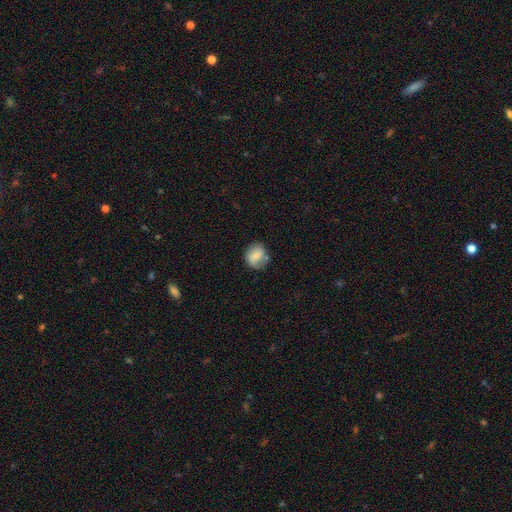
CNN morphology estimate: Q: Smooth or featured?
A: smooth (66%); runner-up: featured or disk (25%)
Q: How rounded?
A: round (68%); runner-up: in between (31%)
Q: Merging?
A: none (63%); runner-up: minor disturbance (24%)